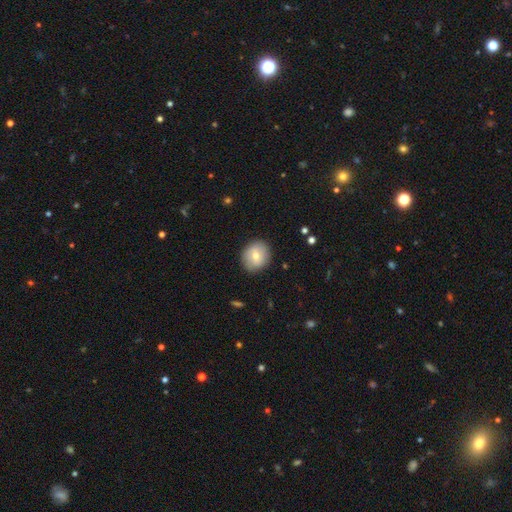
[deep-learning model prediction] smooth-or-featured: smooth: 64% | featured or disk: 28% | star or artifact: 8%
  how-rounded: round: 79% | in between: 20% | cigar-shaped: 1%
  merging: none: 85% | minor disturbance: 11% | major disturbance: 3% | merger: 1%